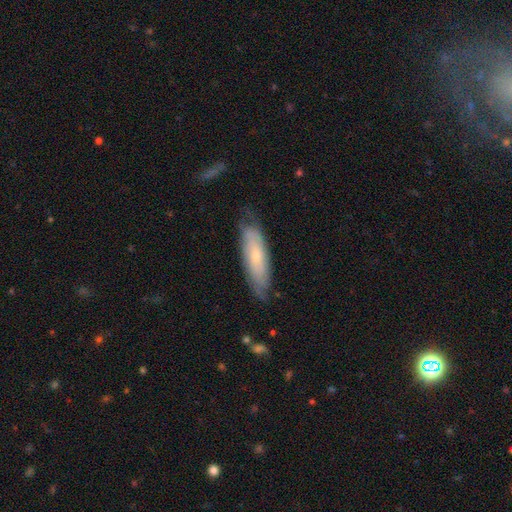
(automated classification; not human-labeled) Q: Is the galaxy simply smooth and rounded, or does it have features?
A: smooth — 49%.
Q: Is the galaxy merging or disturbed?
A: none — 70%.